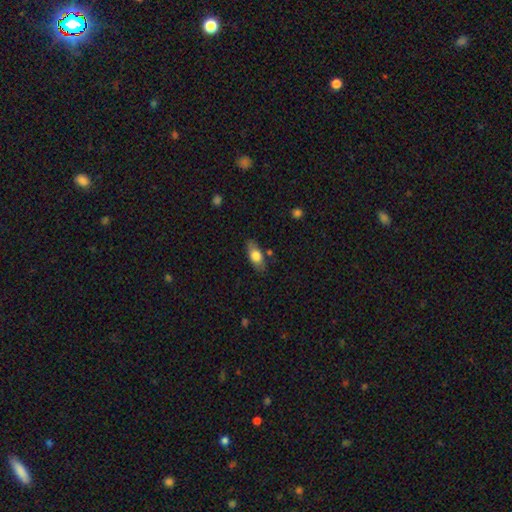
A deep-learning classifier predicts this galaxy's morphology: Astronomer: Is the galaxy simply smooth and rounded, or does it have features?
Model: smooth — 73%.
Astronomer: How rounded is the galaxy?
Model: in between — 82%.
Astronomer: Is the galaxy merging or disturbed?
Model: none — 77%.